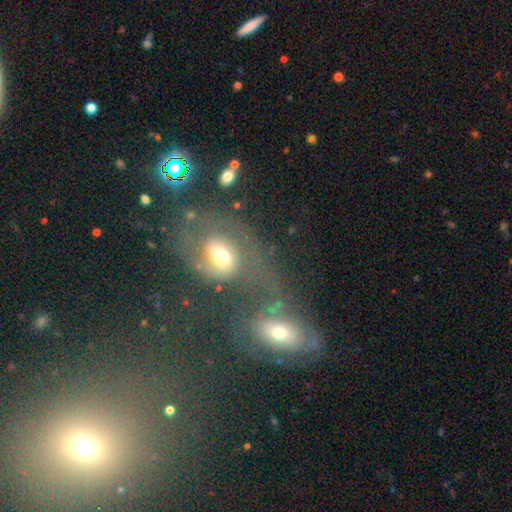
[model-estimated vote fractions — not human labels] smooth-or-featured: featured or disk: 61% | smooth: 26% | star or artifact: 13%
  disk-edge-on: no: 95% | yes: 5%
    bar: no: 57% | weak: 32% | strong: 10%
    has-spiral-arms: yes: 77% | no: 23%
    bulge-size: moderate: 64% | small: 17% | large: 14% | none: 3% | dominant: 2%
  merging: merger: 46% | none: 32% | minor disturbance: 11% | major disturbance: 11%